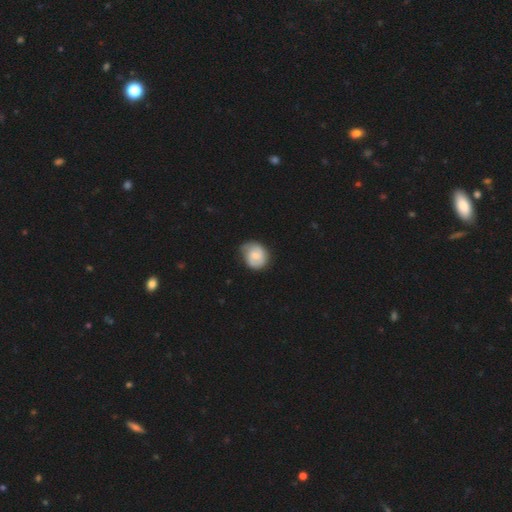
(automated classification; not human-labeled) Smooth or featured?
  - featured or disk: 50% *
  - smooth: 44%
  - star or artifact: 6%
Edge-on disk?
  - no: 98% *
  - yes: 2%
Merging?
  - none: 66% *
  - minor disturbance: 26%
  - major disturbance: 7%
  - merger: 1%